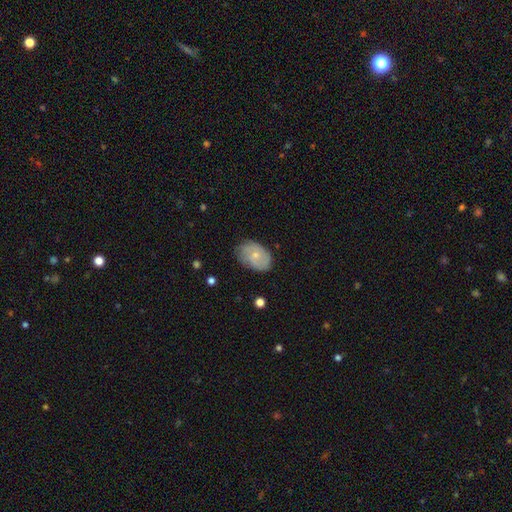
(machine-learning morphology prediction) Smooth or featured?
  - smooth: 49% *
  - featured or disk: 44%
  - star or artifact: 7%
Merging?
  - none: 68% *
  - minor disturbance: 25%
  - major disturbance: 6%
  - merger: 1%